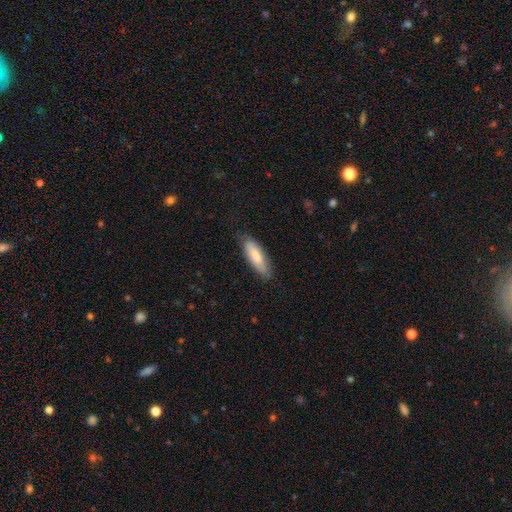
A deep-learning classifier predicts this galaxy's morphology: Smooth or featured?
  - smooth: 77% *
  - featured or disk: 18%
  - star or artifact: 5%
How rounded?
  - in between: 52% *
  - cigar-shaped: 46%
  - round: 1%
Merging?
  - none: 77% *
  - minor disturbance: 18%
  - major disturbance: 3%
  - merger: 1%